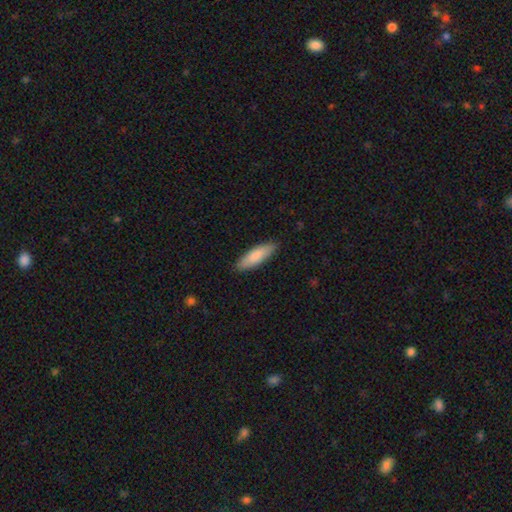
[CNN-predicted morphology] type=smooth (82%); roundness=cigar-shaped (50%); merging=none (87%).